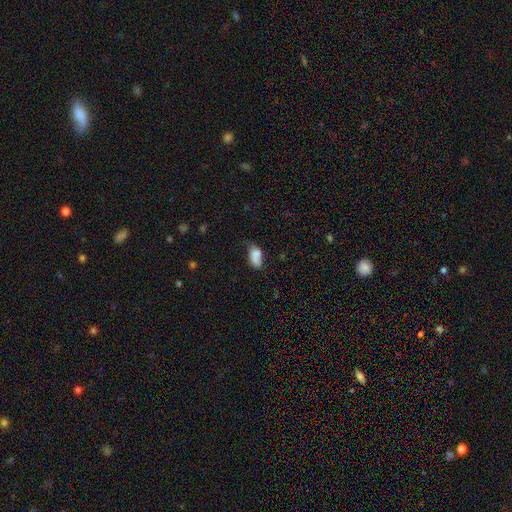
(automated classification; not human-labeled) Smooth or featured? smooth (75%)
How rounded? in between (87%)
Merging? none (35%)